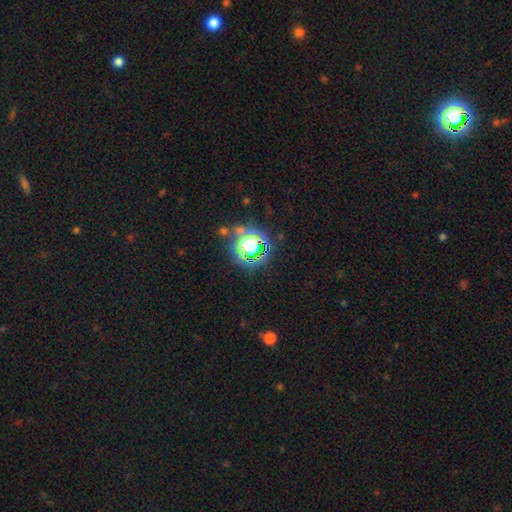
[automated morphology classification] Smooth or featured? star or artifact (73%)